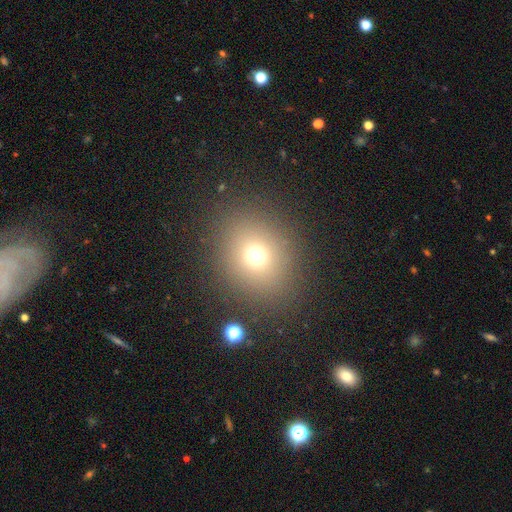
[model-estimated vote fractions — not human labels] Smooth or featured? Predicted: smooth (p=0.70). How rounded? Predicted: round (p=0.72). Merging? Predicted: none (p=0.85).